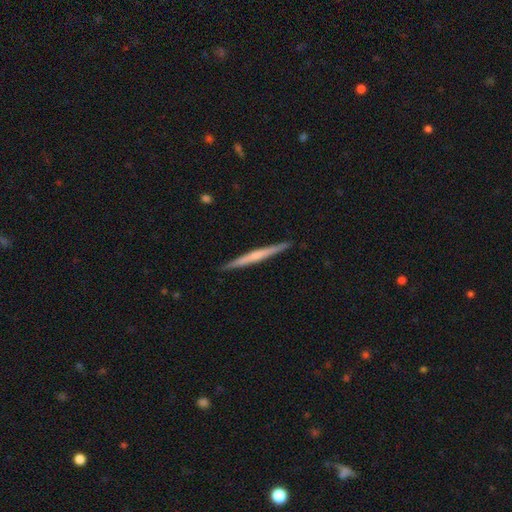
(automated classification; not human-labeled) Overall: featured or disk (55%; smooth 40%). Edge-on disk: yes (98%). Edge-on bulge: none (65%; rounded 26%). Merging: none (91%).